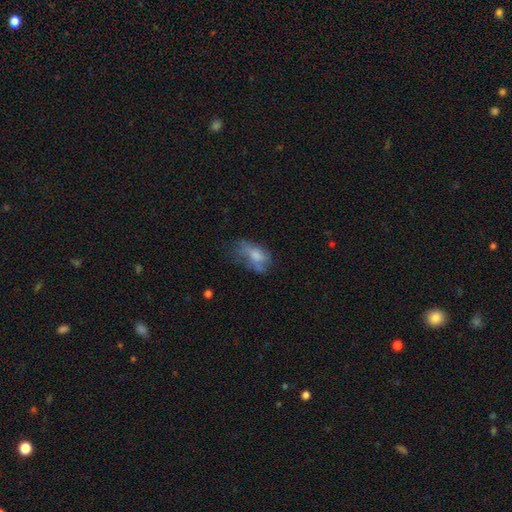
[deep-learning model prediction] Overall: smooth (59%; featured or disk 30%). How rounded: in between (87%). Merging: none (37%; major disturbance 30%).